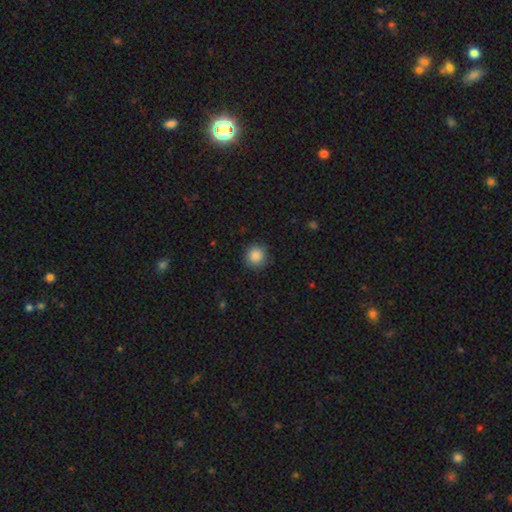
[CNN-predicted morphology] A smooth galaxy with no disk features (88%) that is round (93%). Merging: none (88%).